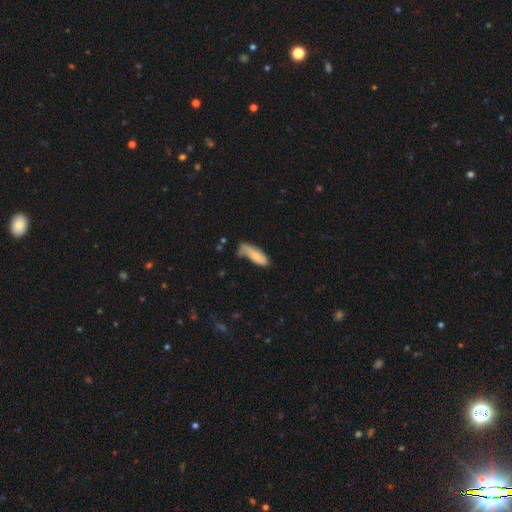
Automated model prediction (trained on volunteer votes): smooth_or_featured: smooth (p=0.75) [alt: featured or disk p=0.18]
how_rounded: in between (p=0.56) [alt: cigar-shaped p=0.43]
merging: none (p=0.44) [alt: minor disturbance p=0.36]